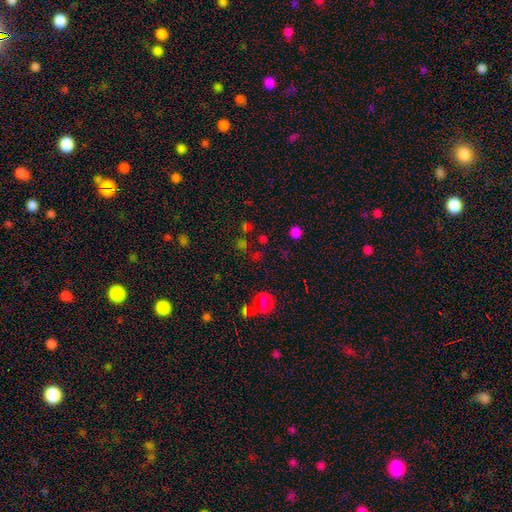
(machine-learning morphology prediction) smooth_or_featured: smooth (p=0.55) [alt: star or artifact p=0.38]
how_rounded: round (p=0.79) [alt: in between p=0.19]
merging: none (p=0.68) [alt: merger p=0.13]